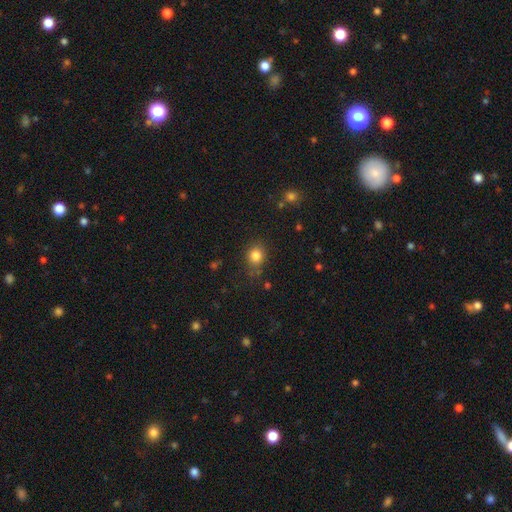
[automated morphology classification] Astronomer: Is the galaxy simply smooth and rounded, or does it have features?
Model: smooth — 83%.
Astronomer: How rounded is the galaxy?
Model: round — 74%.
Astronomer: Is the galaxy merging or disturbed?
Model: none — 77%.